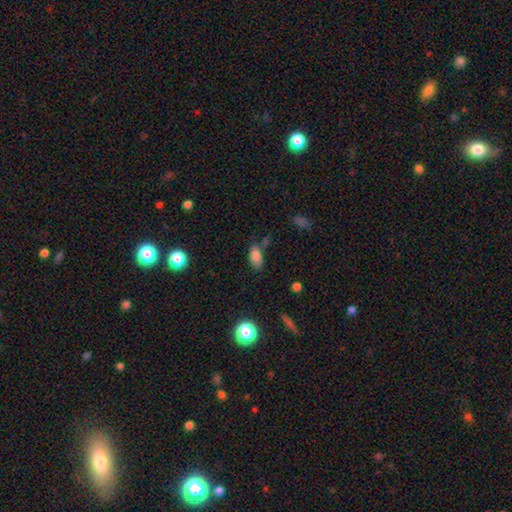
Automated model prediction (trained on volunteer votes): smooth-or-featured: smooth: 81% | star or artifact: 11% | featured or disk: 8%
  how-rounded: in between: 89% | cigar-shaped: 7% | round: 4%
  merging: none: 68% | minor disturbance: 19% | merger: 9% | major disturbance: 5%